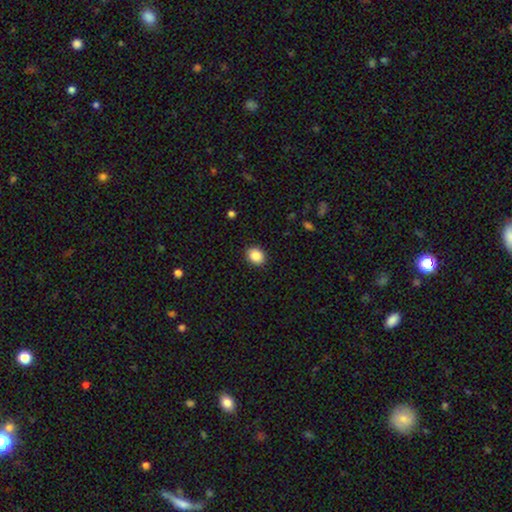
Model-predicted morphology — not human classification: type=smooth (88%); roundness=round (50%); merging=none (90%).